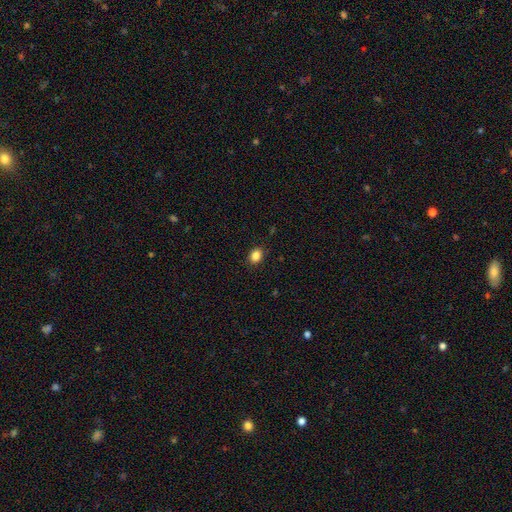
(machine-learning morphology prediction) The model was most divided on "how rounded": in between: 55%, round: 44%, cigar-shaped: 1%. More confident: merging — none (88%); smooth or featured — smooth (86%).